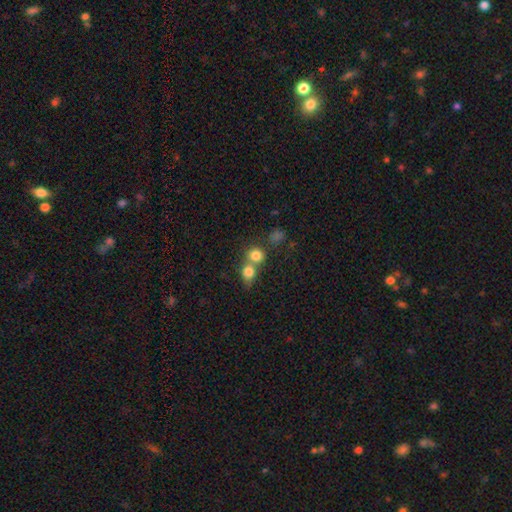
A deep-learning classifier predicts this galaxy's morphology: Smooth or featured? Predicted: smooth (p=0.78). How rounded? Predicted: round (p=0.80). Merging? Predicted: merger (p=0.51).